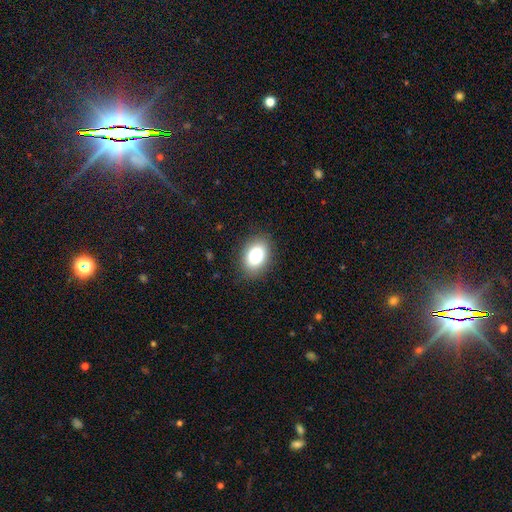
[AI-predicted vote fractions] Smooth or featured? Predicted: smooth (p=0.84). How rounded? Predicted: in between (p=0.82). Merging? Predicted: none (p=0.86).